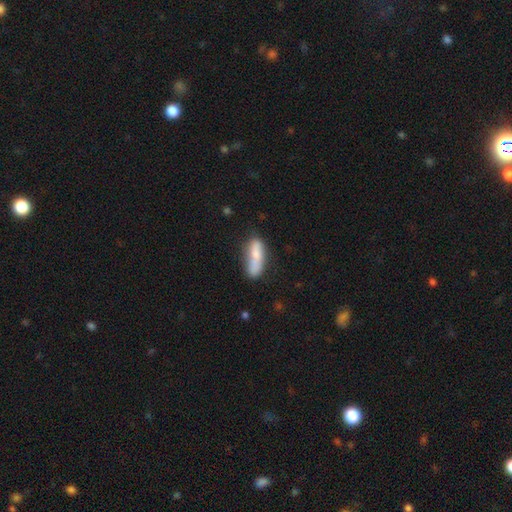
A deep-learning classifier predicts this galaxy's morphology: Smooth or featured?
  - smooth: 72% *
  - featured or disk: 21%
  - star or artifact: 7%
How rounded?
  - in between: 51% *
  - cigar-shaped: 47%
  - round: 2%
Merging?
  - none: 53% *
  - minor disturbance: 25%
  - merger: 13%
  - major disturbance: 9%